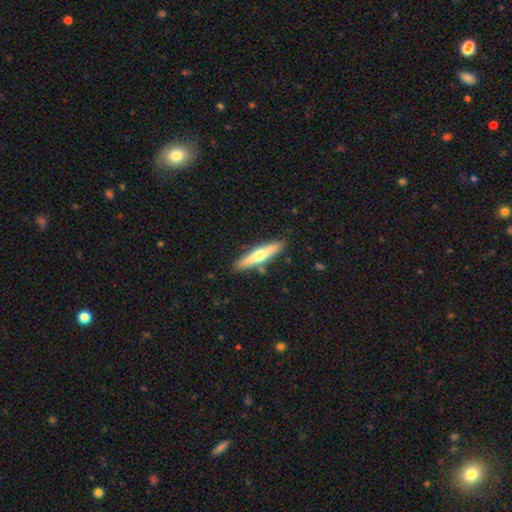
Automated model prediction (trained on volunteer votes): This is possibly a featured or disk galaxy (48%). Merging: clearly none (87%).